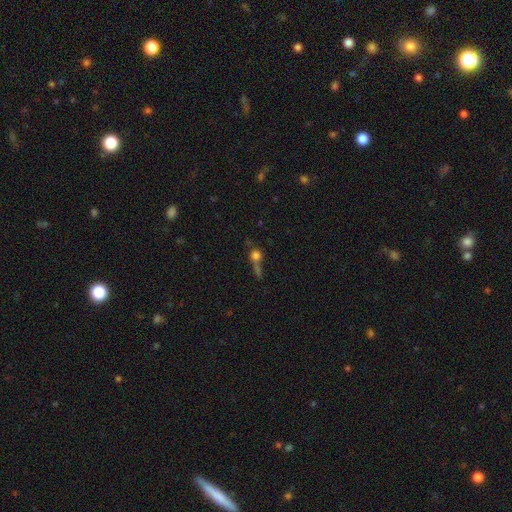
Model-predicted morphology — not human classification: The model was most divided on "merging" (2-way tie): merger: 36%, none: 36%, major disturbance: 16%, minor disturbance: 12%. More confident: how rounded — round (79%); smooth or featured — smooth (65%).